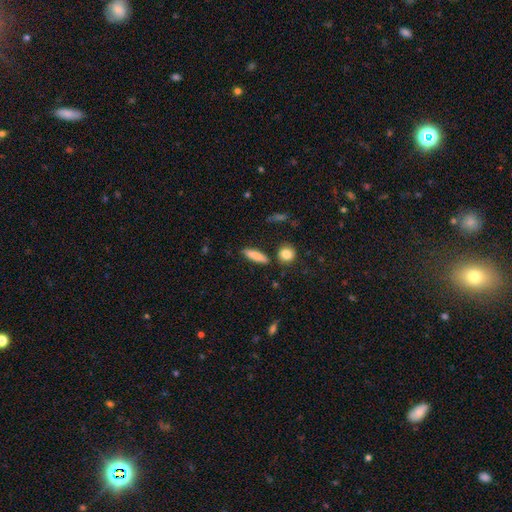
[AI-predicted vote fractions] Q: Smooth or featured?
A: smooth (83%); runner-up: featured or disk (10%)
Q: How rounded?
A: cigar-shaped (64%); runner-up: in between (32%)
Q: Merging?
A: none (86%); runner-up: minor disturbance (8%)